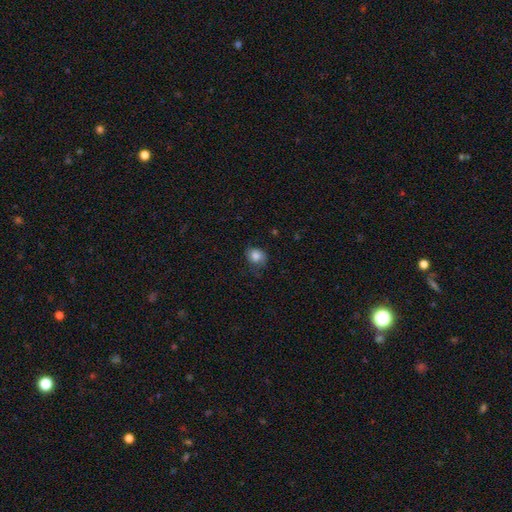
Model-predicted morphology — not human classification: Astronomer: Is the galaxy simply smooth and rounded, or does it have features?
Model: smooth — 83%.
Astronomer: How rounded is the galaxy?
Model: round — 59% (runner-up: in between, 40%).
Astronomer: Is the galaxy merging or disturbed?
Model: none — 64%.